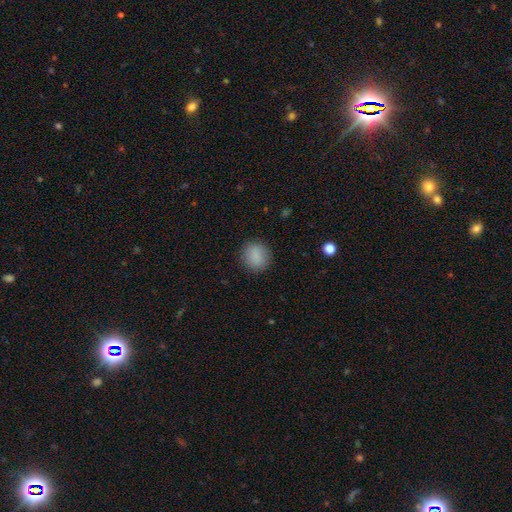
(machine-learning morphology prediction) Overall: smooth (88%). How rounded: round (81%). Merging: none (88%).